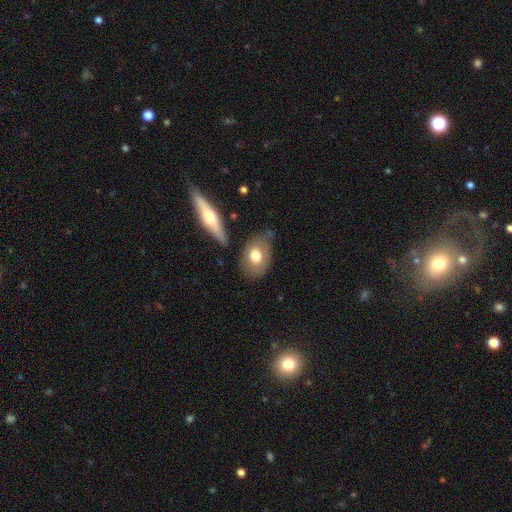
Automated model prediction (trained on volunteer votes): The model was most divided on "merging": none: 60%, minor disturbance: 24%, major disturbance: 8%, merger: 8%. More confident: how rounded — in between (77%); smooth or featured — smooth (71%).